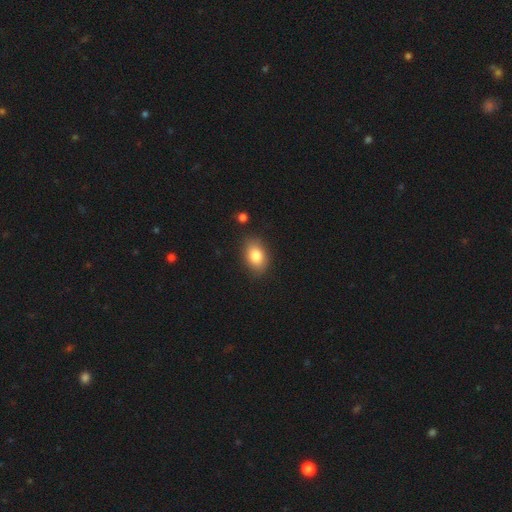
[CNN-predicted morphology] smooth-or-featured: smooth: 84% | featured or disk: 9% | star or artifact: 8%
  how-rounded: in between: 85% | round: 13% | cigar-shaped: 1%
  merging: none: 84% | minor disturbance: 11% | major disturbance: 3% | merger: 2%